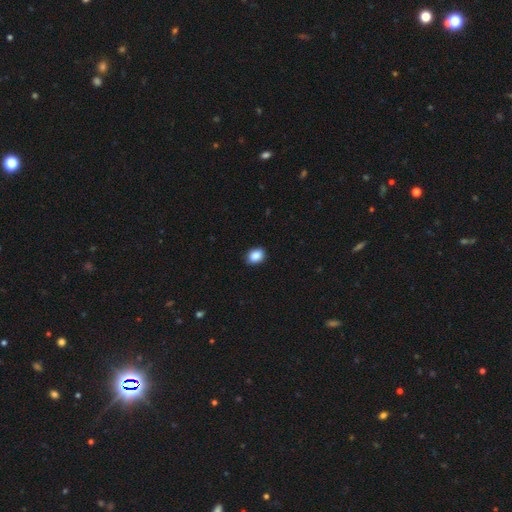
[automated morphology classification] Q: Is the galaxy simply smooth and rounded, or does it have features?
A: smooth — 88%.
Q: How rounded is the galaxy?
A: in between — 60%.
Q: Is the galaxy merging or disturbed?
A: none — 88%.